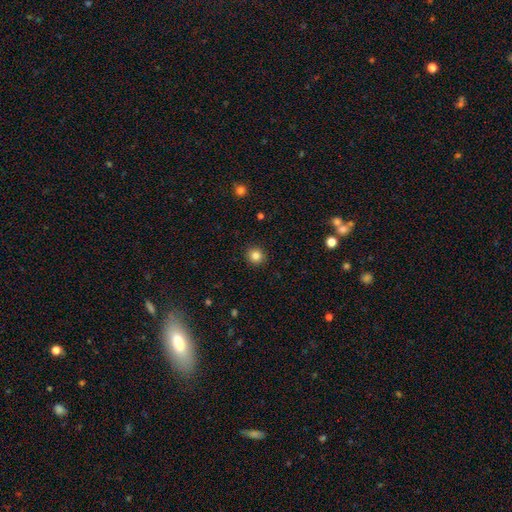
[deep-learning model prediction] Q: Smooth or featured?
A: smooth (84%); runner-up: star or artifact (11%)
Q: How rounded?
A: round (91%); runner-up: in between (8%)
Q: Merging?
A: none (92%); runner-up: minor disturbance (5%)